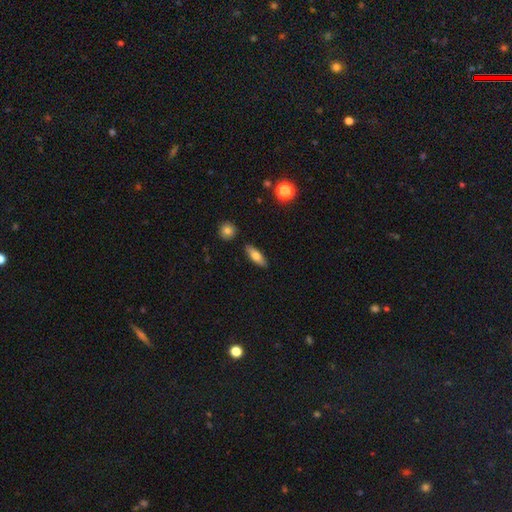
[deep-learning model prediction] Smooth or featured?
  - smooth: 71% *
  - featured or disk: 23%
  - star or artifact: 7%
How rounded?
  - in between: 58% *
  - cigar-shaped: 39%
  - round: 3%
Merging?
  - none: 87% *
  - minor disturbance: 8%
  - merger: 2%
  - major disturbance: 2%